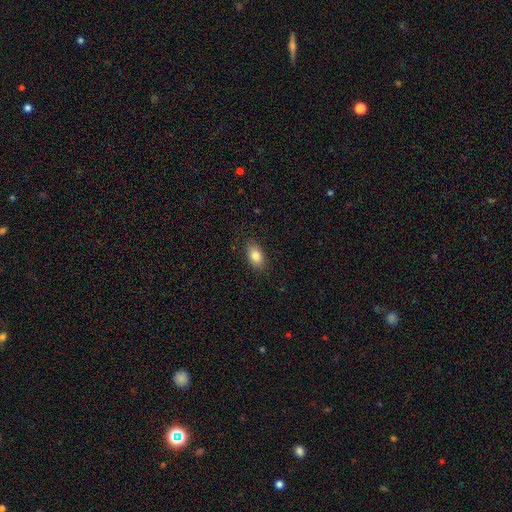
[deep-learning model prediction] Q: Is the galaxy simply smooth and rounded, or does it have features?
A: smooth — 83%.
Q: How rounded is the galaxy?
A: in between — 88%.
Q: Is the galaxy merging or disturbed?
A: none — 85%.